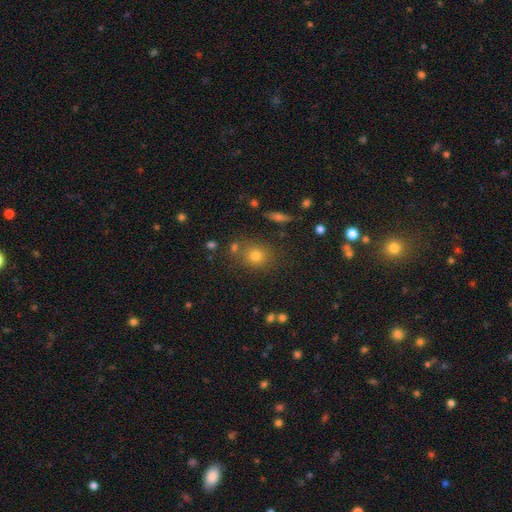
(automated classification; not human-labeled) Smooth or featured? smooth (71%)
How rounded? round (76%)
Merging? none (77%)